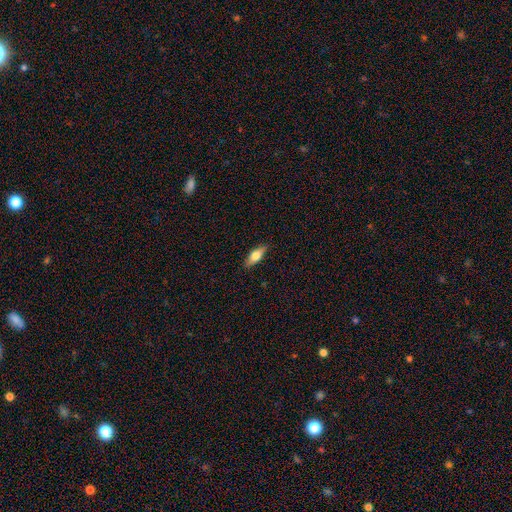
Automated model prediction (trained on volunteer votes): Q: Smooth or featured?
A: smooth (61%); runner-up: featured or disk (32%)
Q: How rounded?
A: in between (64%); runner-up: cigar-shaped (33%)
Q: Merging?
A: none (88%); runner-up: minor disturbance (9%)